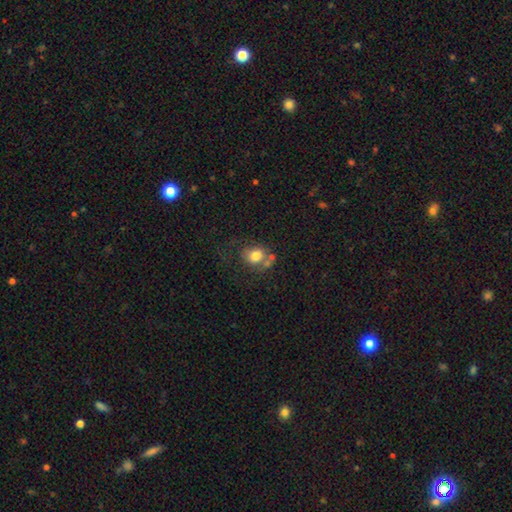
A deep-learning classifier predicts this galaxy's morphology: smooth_or_featured: smooth (p=0.75) [alt: featured or disk p=0.14]
how_rounded: round (p=0.63) [alt: in between p=0.37]
merging: none (p=0.46) [alt: merger p=0.21]